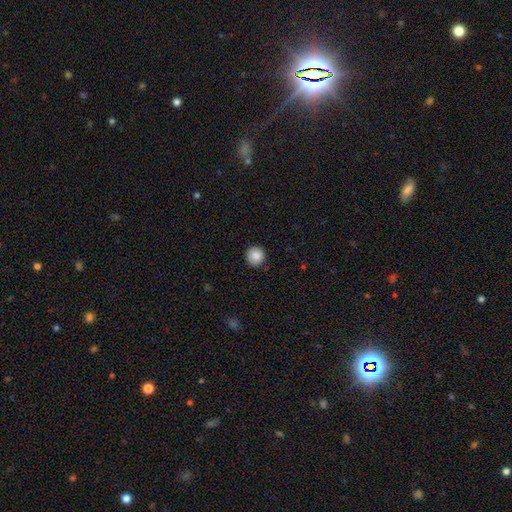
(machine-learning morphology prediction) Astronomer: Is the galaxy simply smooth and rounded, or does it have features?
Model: smooth — 87%.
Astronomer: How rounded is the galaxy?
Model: round — 95%.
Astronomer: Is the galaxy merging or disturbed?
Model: none — 90%.